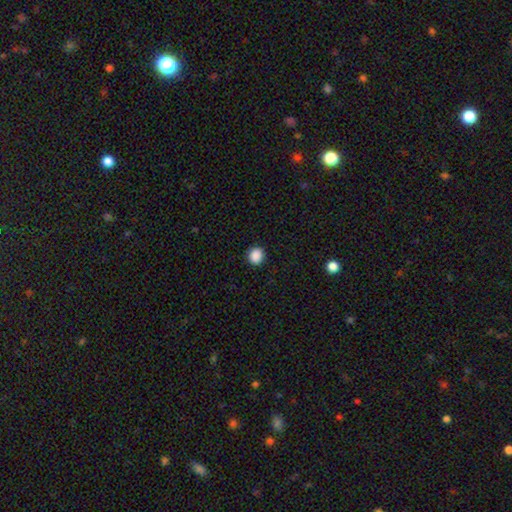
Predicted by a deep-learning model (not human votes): Smooth or featured? smooth (89%)
How rounded? round (82%)
Merging? none (91%)